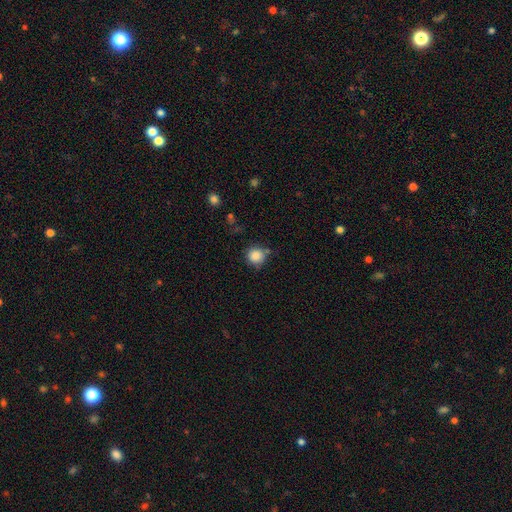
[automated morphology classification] smooth-or-featured: smooth: 86% | star or artifact: 9% | featured or disk: 4%
  how-rounded: round: 92% | in between: 7% | cigar-shaped: 1%
  merging: none: 73% | minor disturbance: 18% | merger: 5% | major disturbance: 4%